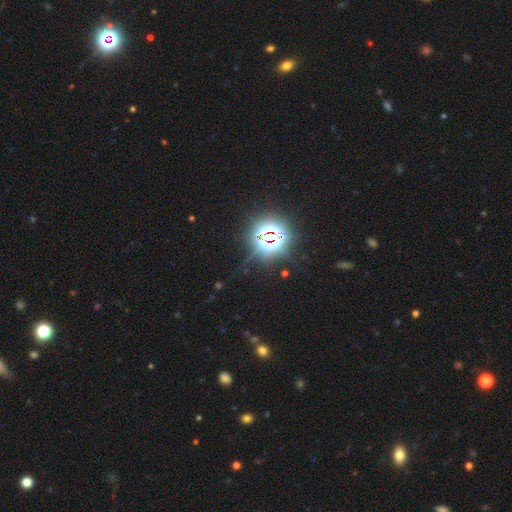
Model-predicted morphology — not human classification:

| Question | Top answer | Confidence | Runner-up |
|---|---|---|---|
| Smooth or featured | star or artifact | 80% | smooth (12%) |